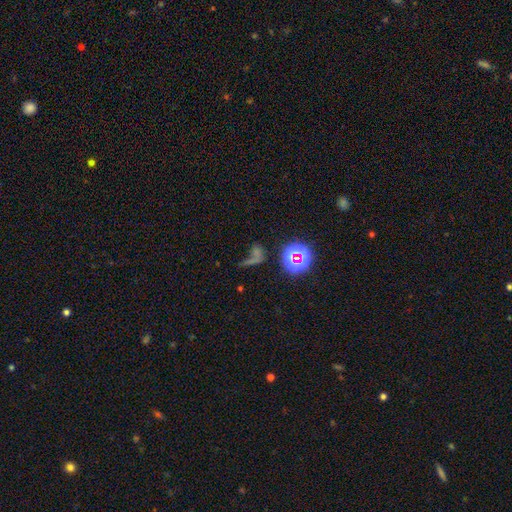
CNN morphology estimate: type=star or artifact (42%).